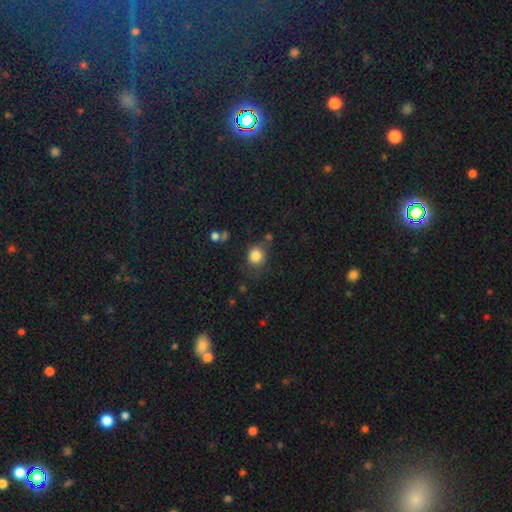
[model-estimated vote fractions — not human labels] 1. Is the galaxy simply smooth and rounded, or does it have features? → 83% smooth, 11% star or artifact, 6% featured or disk.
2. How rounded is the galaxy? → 79% round, 20% in between, 1% cigar-shaped.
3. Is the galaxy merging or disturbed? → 69% none, 19% minor disturbance, 6% major disturbance, 6% merger.